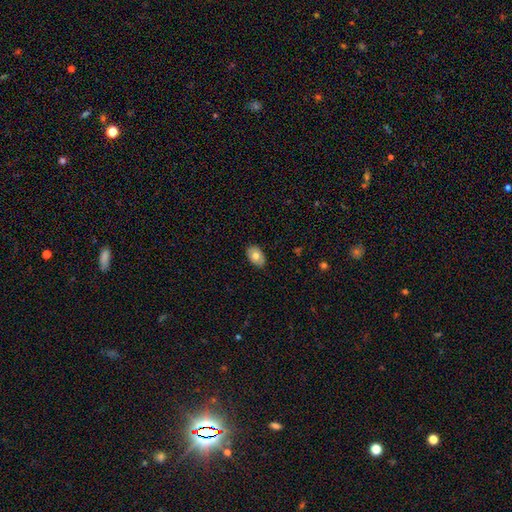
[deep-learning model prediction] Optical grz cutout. It shows a smooth galaxy with no disk features (70%) that is in between round and cigar-shaped (87%). Merging: none (85%).